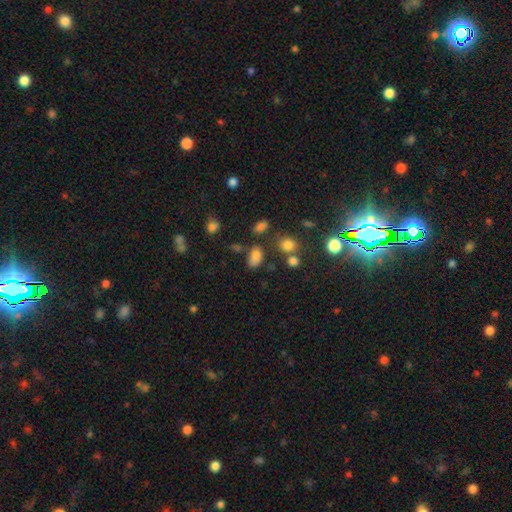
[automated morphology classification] Q: Smooth or featured?
A: smooth (77%); runner-up: star or artifact (15%)
Q: How rounded?
A: in between (85%); runner-up: round (13%)
Q: Merging?
A: none (56%); runner-up: minor disturbance (21%)